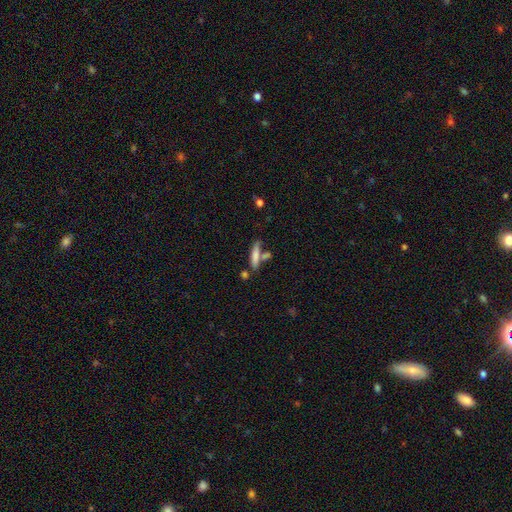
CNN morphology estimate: smooth-or-featured: smooth: 71% | featured or disk: 22% | star or artifact: 7%
  how-rounded: cigar-shaped: 83% | in between: 15% | round: 2%
  merging: none: 61% | merger: 21% | minor disturbance: 13% | major disturbance: 4%